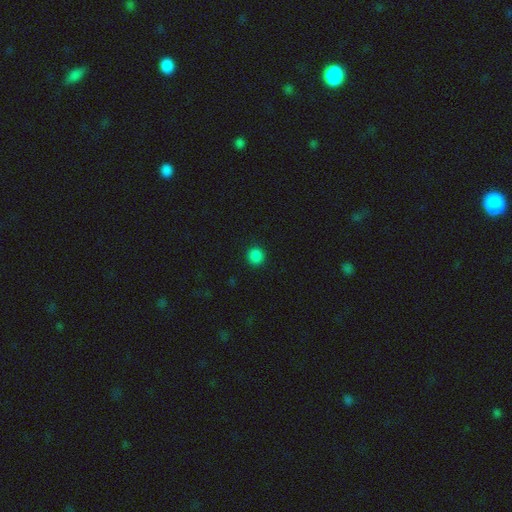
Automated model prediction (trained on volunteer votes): A smooth galaxy with no disk features (86%) that is round (93%).

Vote fractions:
- Smooth or featured? smooth: 86% / star or artifact: 12% / featured or disk: 2%
- How rounded? round: 93% / in between: 6% / cigar-shaped: 1%
- Merging? none: 92% / minor disturbance: 5% / major disturbance: 2% / merger: 1%